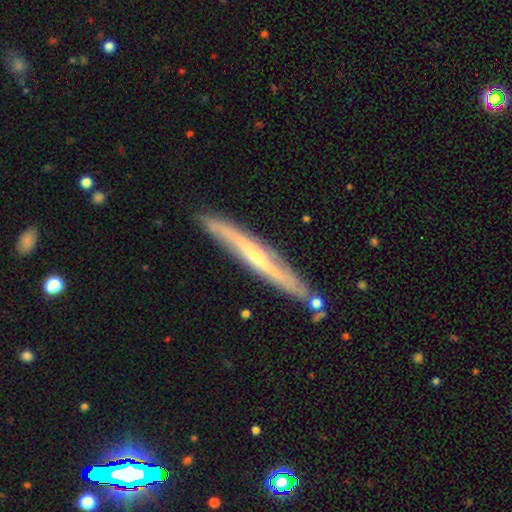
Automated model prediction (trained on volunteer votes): smooth_or_featured: featured or disk (p=0.71) [alt: smooth p=0.23]
disk_edge_on: yes (p=0.86) [alt: no p=0.14]
edge_on_bulge: rounded (p=0.47) [alt: none p=0.46]
merging: none (p=0.81) [alt: minor disturbance p=0.13]